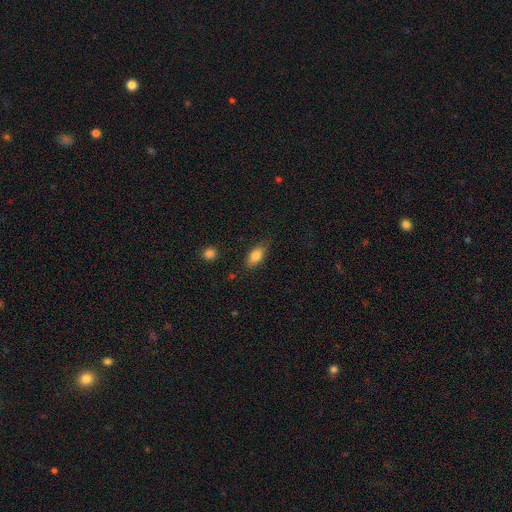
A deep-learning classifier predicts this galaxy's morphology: Q: Smooth or featured?
A: smooth (81%); runner-up: featured or disk (11%)
Q: How rounded?
A: in between (86%); runner-up: cigar-shaped (9%)
Q: Merging?
A: none (80%); runner-up: minor disturbance (15%)